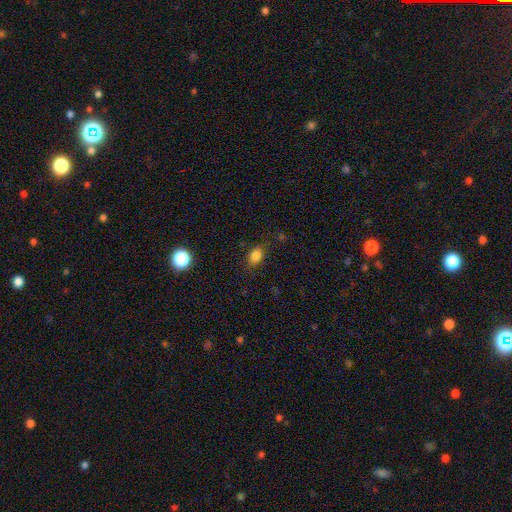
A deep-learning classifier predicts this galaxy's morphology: Smooth or featured?
  - smooth: 82% *
  - star or artifact: 12%
  - featured or disk: 6%
How rounded?
  - in between: 75% *
  - round: 23%
  - cigar-shaped: 2%
Merging?
  - none: 80% *
  - minor disturbance: 14%
  - major disturbance: 4%
  - merger: 2%